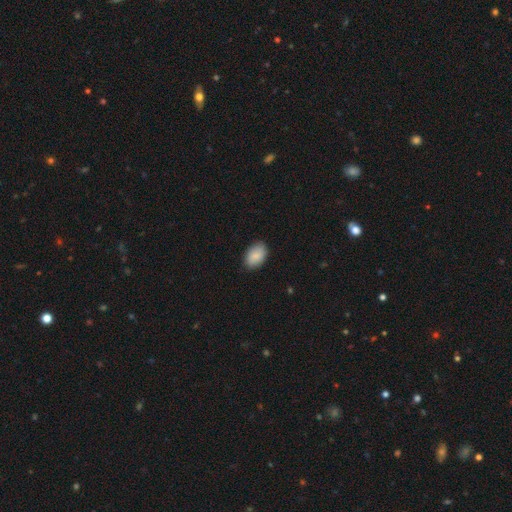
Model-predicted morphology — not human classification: Smooth or featured? smooth (88%)
How rounded? in between (89%)
Merging? none (84%)